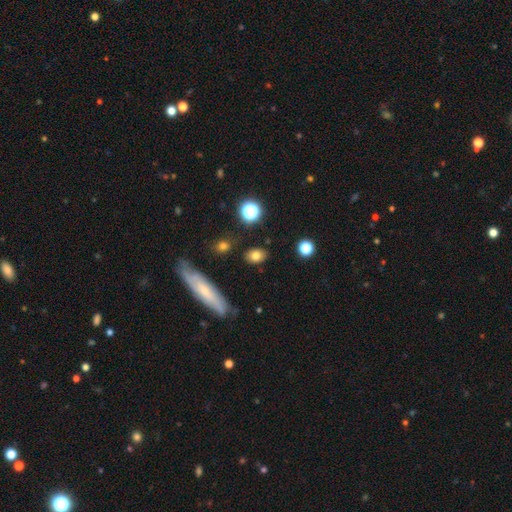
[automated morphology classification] Smooth or featured? Predicted: smooth (p=0.77). How rounded? Predicted: in between (p=0.70). Merging? Predicted: none (p=0.83).